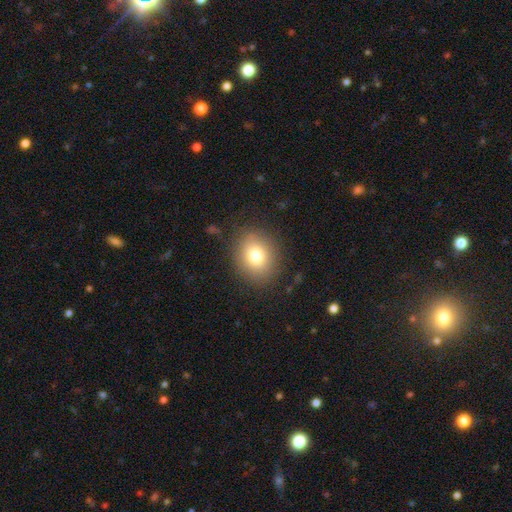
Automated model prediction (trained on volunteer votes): smooth 78%, star or artifact 11%, featured or disk 11%. Down the decision tree: how rounded — round (66%); merging — none (85%).